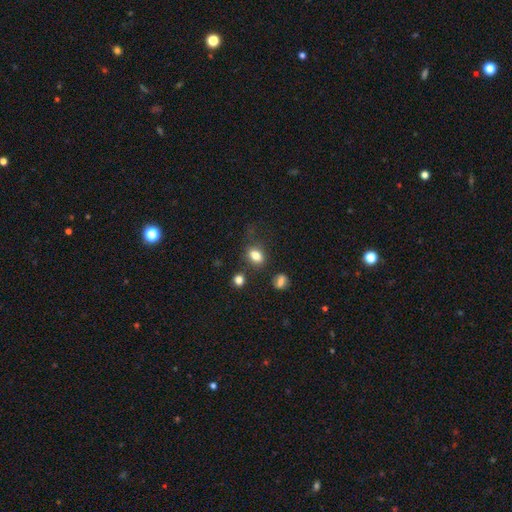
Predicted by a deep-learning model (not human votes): A smooth galaxy with no disk features (81%) that is in between round and cigar-shaped (74%).

Vote fractions:
- Smooth or featured? smooth: 81% / star or artifact: 11% / featured or disk: 8%
- How rounded? in between: 74% / round: 24% / cigar-shaped: 2%
- Merging? none: 69% / minor disturbance: 17% / merger: 7% / major disturbance: 7%